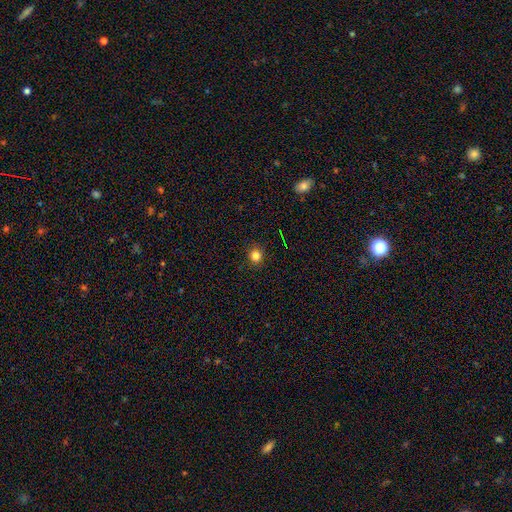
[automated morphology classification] This is clearly a smooth galaxy (82%). How rounded: clearly round (88%). Merging: clearly none (91%).